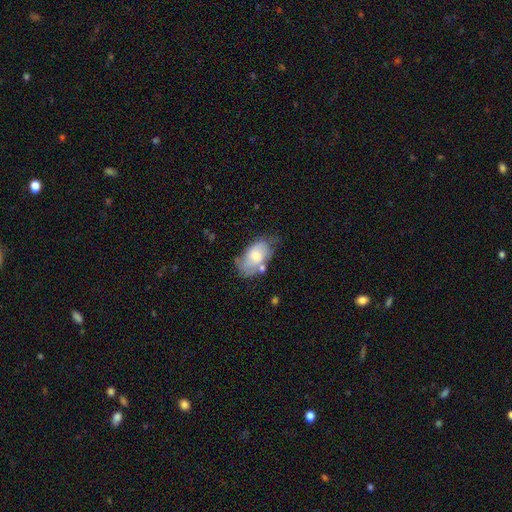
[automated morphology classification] A smooth galaxy with no disk features (62%) that is in between round and cigar-shaped (92%). Merging: none (45%).